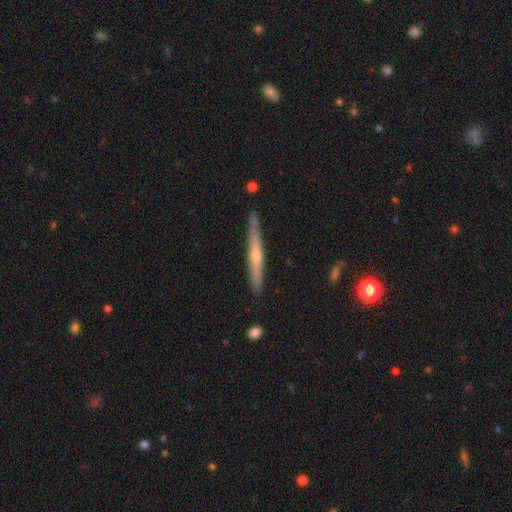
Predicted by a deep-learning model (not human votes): This appears to be a featured or disk galaxy (67%) viewed edge-on (97%) with a rounded central bulge (71%). Merging: none (88%).